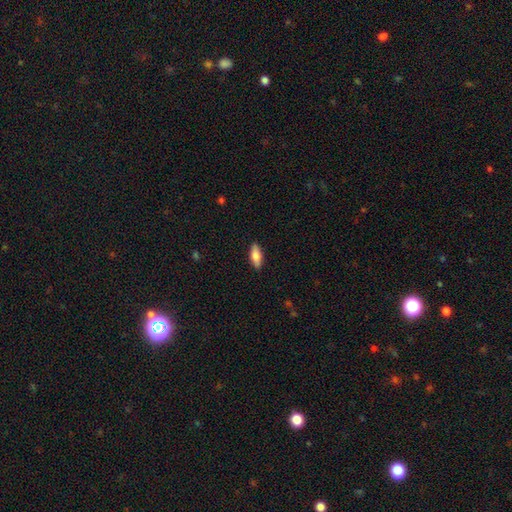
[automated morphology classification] Smooth or featured? Predicted: smooth (p=0.76). How rounded? Predicted: in between (p=0.73). Merging? Predicted: none (p=0.89).